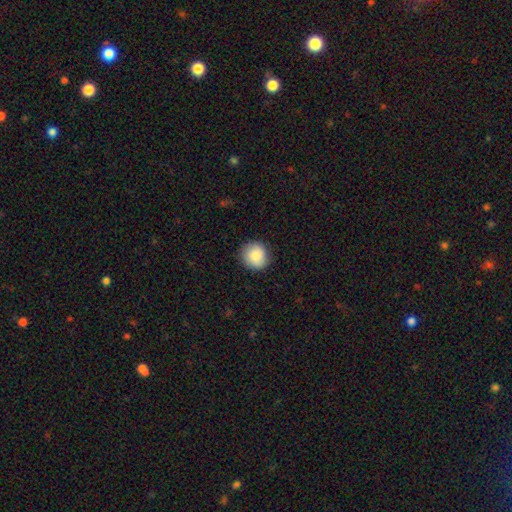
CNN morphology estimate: Smooth or featured: smooth — 86% (star or artifact — 7%)
How rounded: round — 91% (in between — 8%)
Merging: none — 88% (minor disturbance — 8%)